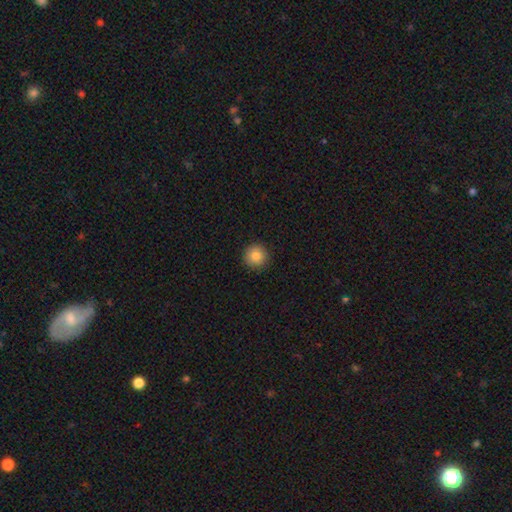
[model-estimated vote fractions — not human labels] Smooth or featured?
  - smooth: 86% *
  - star or artifact: 9%
  - featured or disk: 5%
How rounded?
  - round: 95% *
  - in between: 4%
  - cigar-shaped: 1%
Merging?
  - none: 91% *
  - minor disturbance: 6%
  - major disturbance: 2%
  - merger: 1%